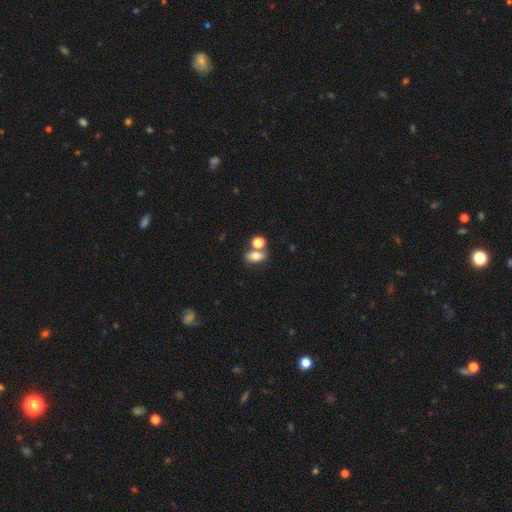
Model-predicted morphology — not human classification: A smooth galaxy with no disk features (76%) that is in between round and cigar-shaped (77%). Merging: none (45%).